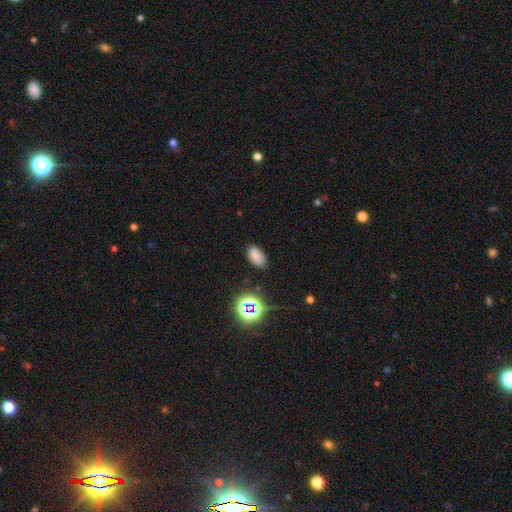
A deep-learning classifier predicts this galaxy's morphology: Smooth or featured: smooth — 77% (star or artifact — 17%)
How rounded: in between — 93% (round — 5%)
Merging: none — 81% (minor disturbance — 14%)